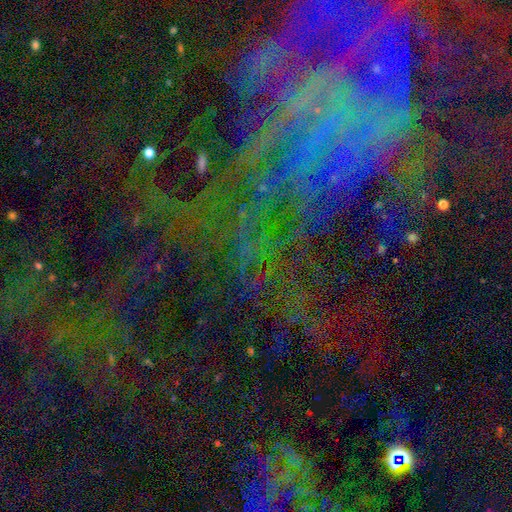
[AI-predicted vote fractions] Smooth or featured? Predicted: star or artifact (p=0.58).